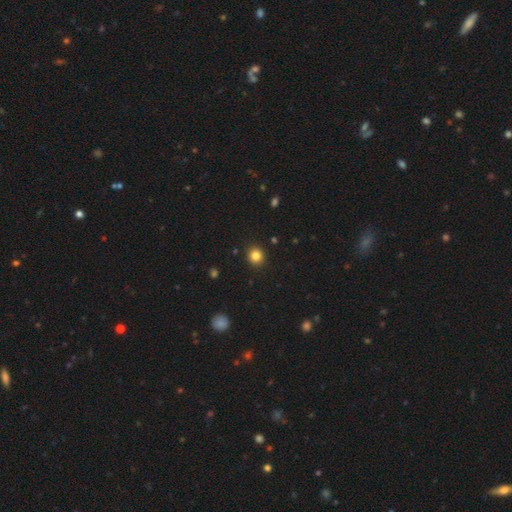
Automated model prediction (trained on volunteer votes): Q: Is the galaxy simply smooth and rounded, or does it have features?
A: smooth — 84%.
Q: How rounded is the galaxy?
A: round — 88%.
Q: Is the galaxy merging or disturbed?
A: none — 91%.